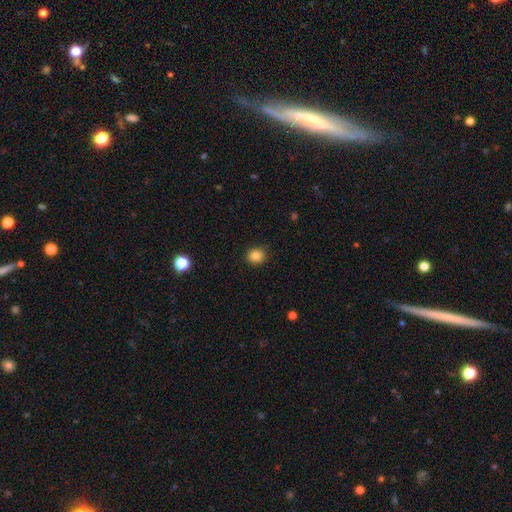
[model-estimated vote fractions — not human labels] This is clearly a smooth galaxy (85%). How rounded: clearly round (80%). Merging: clearly none (89%).